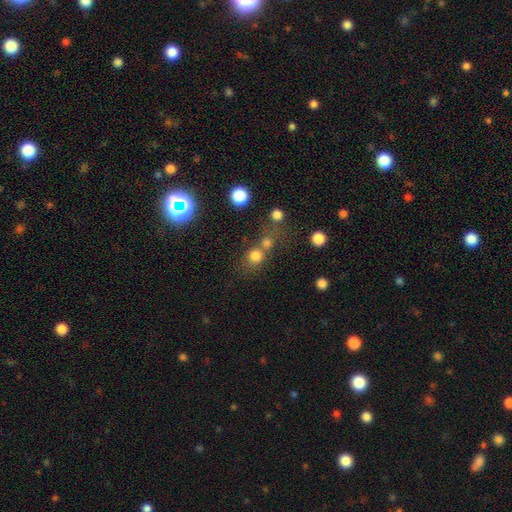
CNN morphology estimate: A smooth galaxy with no disk features (76%) that is round (84%). Merging: none (49%).